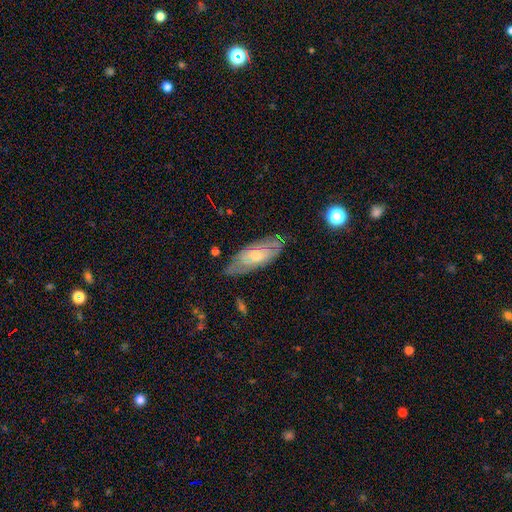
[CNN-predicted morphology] featured or disk 58%, smooth 33%, star or artifact 8%. Down the decision tree: edge-on disk — no (78%); merging — none (73%).